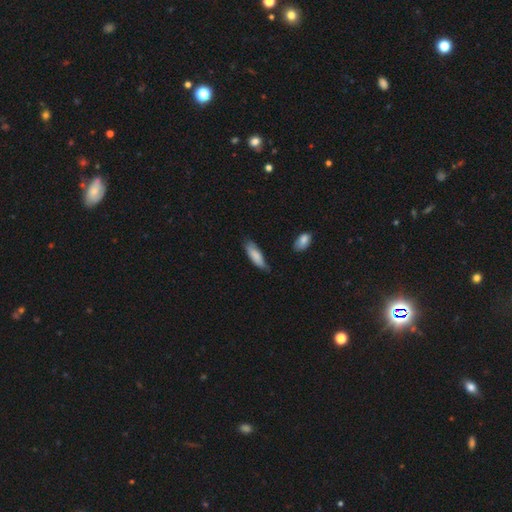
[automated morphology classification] Overall: smooth (81%). How rounded: in between (55%; cigar-shaped 44%). Merging: none (57%; minor disturbance 33%).